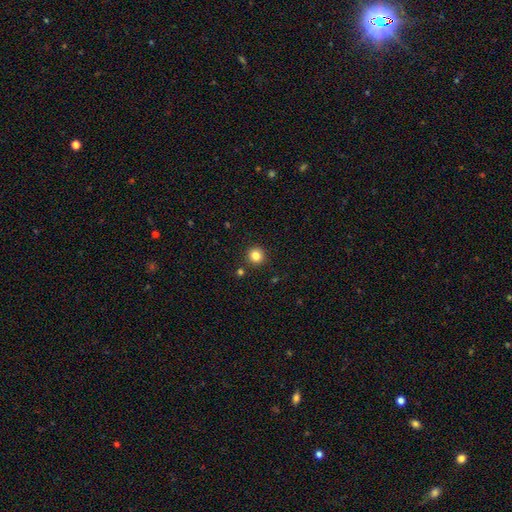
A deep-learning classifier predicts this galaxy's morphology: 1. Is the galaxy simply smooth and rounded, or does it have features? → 83% smooth, 12% star or artifact, 5% featured or disk.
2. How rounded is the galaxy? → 94% round, 5% in between, 1% cigar-shaped.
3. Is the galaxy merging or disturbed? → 90% none, 6% minor disturbance, 3% merger, 2% major disturbance.